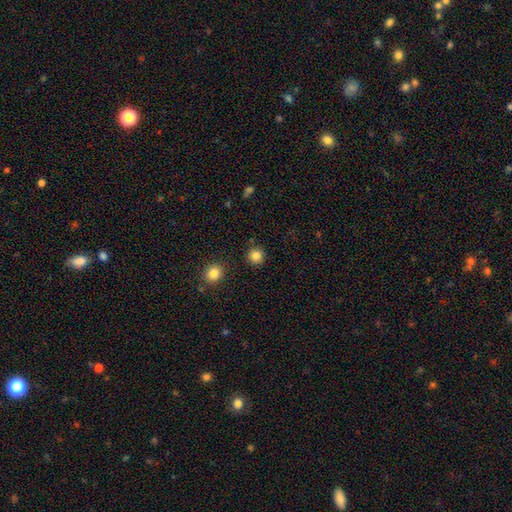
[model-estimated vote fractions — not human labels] This is clearly a smooth galaxy (84%). How rounded: clearly round (93%). Merging: clearly none (90%).